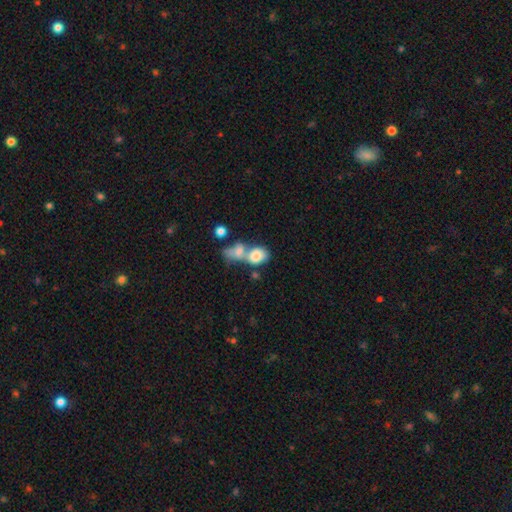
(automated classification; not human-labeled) Smooth or featured?
  - smooth: 73% *
  - featured or disk: 19%
  - star or artifact: 9%
How rounded?
  - in between: 72% *
  - round: 25%
  - cigar-shaped: 2%
Merging?
  - merger: 70% *
  - none: 14%
  - major disturbance: 8%
  - minor disturbance: 8%